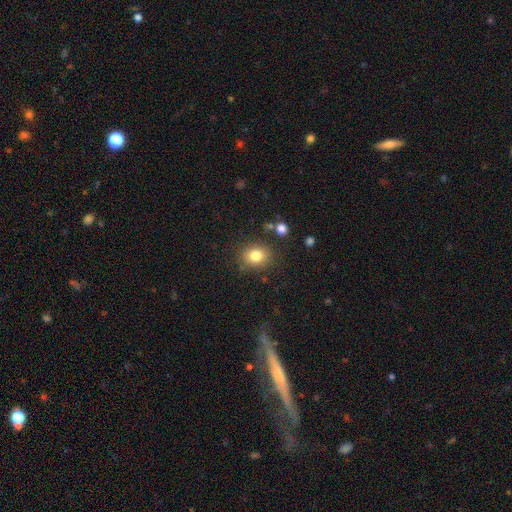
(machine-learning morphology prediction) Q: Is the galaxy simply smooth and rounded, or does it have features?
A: smooth — 81%.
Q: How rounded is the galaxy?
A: round — 60%.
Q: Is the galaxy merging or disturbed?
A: none — 82%.